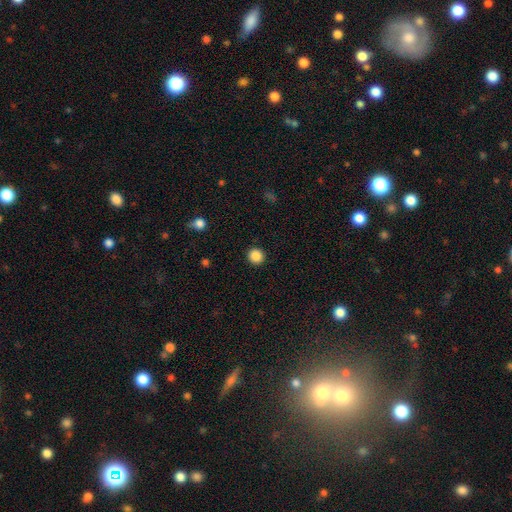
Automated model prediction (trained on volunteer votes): Smooth or featured?
  - smooth: 87% *
  - star or artifact: 10%
  - featured or disk: 3%
How rounded?
  - round: 94% *
  - in between: 5%
  - cigar-shaped: 1%
Merging?
  - none: 92% *
  - minor disturbance: 5%
  - major disturbance: 2%
  - merger: 1%